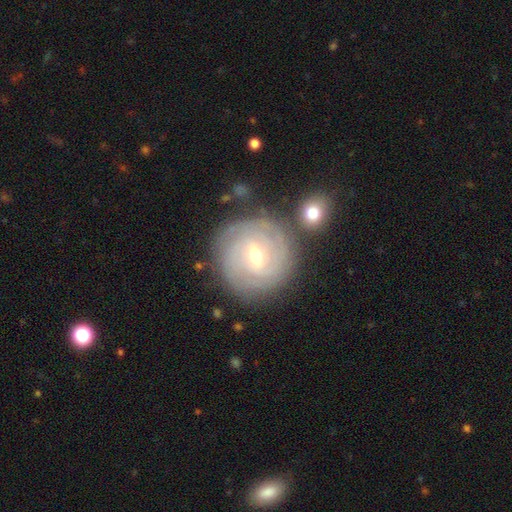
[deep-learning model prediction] Q: Smooth or featured?
A: featured or disk (80%); runner-up: smooth (14%)
Q: Edge-on disk?
A: no (97%); runner-up: yes (3%)
Q: Bar?
A: weak (62%); runner-up: no (21%)
Q: Spiral arms?
A: yes (93%); runner-up: no (7%)
Q: Spiral winding?
A: tight (78%); runner-up: medium (17%)
Q: Spiral arm count?
A: can't tell (36%); runner-up: 3 (20%)
Q: Bulge size?
A: moderate (56%); runner-up: small (40%)
Q: Merging?
A: none (78%); runner-up: minor disturbance (12%)